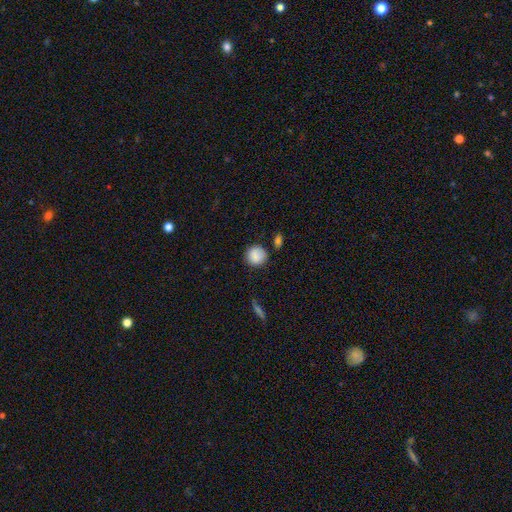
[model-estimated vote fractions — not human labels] Smooth or featured? Predicted: smooth (p=0.87). How rounded? Predicted: round (p=0.90). Merging? Predicted: none (p=0.80).